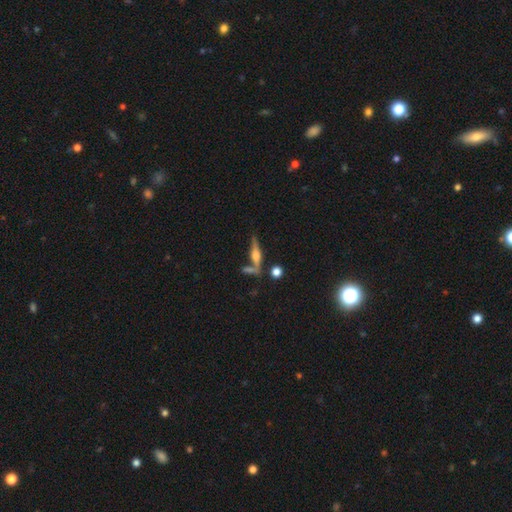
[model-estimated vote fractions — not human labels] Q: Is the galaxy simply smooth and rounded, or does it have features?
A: featured or disk — 66%.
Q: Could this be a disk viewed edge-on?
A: yes — 95%.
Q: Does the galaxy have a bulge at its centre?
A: rounded — 88%.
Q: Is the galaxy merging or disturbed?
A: none — 67%.